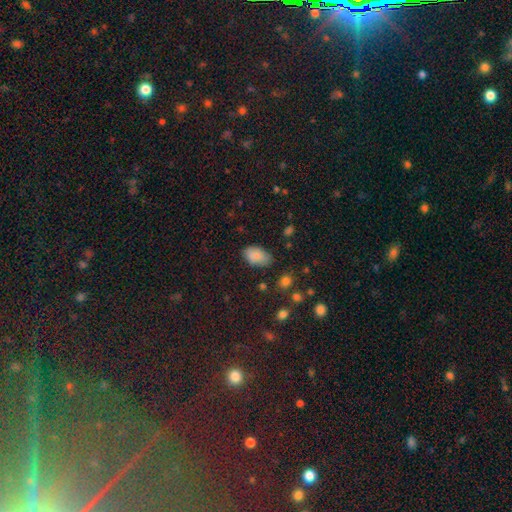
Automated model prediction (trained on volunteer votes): Overall: smooth (84%). How rounded: in between (92%). Merging: none (74%).